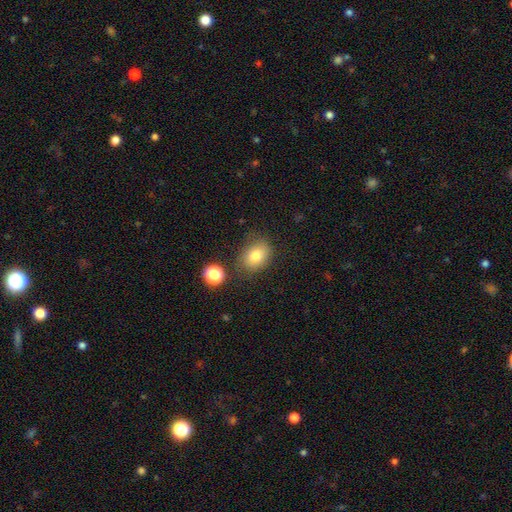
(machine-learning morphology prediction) smooth_or_featured: smooth (p=0.79) [alt: star or artifact p=0.11]
how_rounded: in between (p=0.60) [alt: round p=0.39]
merging: none (p=0.76) [alt: minor disturbance p=0.16]